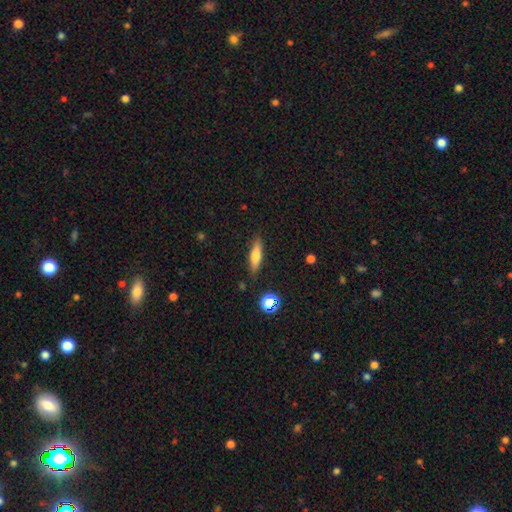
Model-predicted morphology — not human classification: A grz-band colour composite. It shows a smooth galaxy with no disk features (68%) that is cigar-shaped (68%). Merging: none (86%).